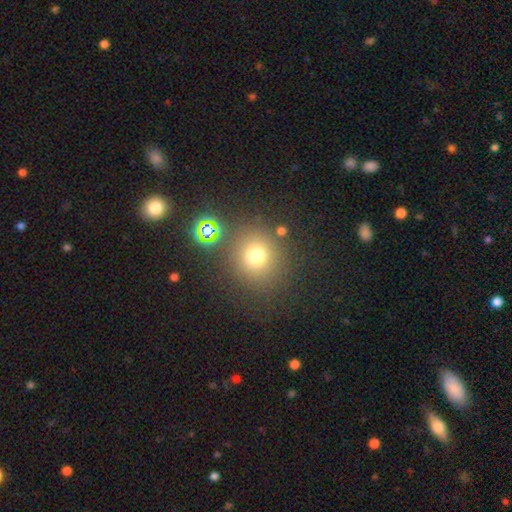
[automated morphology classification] Overall: smooth (71%). How rounded: round (90%). Merging: none (83%).